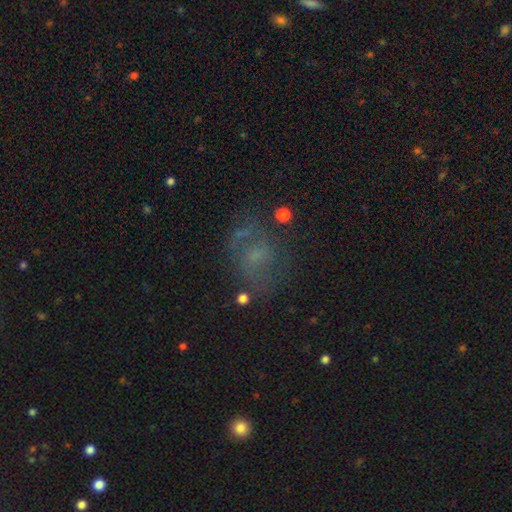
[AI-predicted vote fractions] smooth-or-featured: featured or disk: 52% | smooth: 29% | star or artifact: 19%
  disk-edge-on: no: 97% | yes: 3%
    bar: no: 61% | weak: 33% | strong: 6%
    has-spiral-arms: yes: 67% | no: 33%
    bulge-size: small: 40% | none: 37% | moderate: 19% | large: 3% | dominant: 1%
  merging: none: 56% | major disturbance: 21% | minor disturbance: 19% | merger: 4%